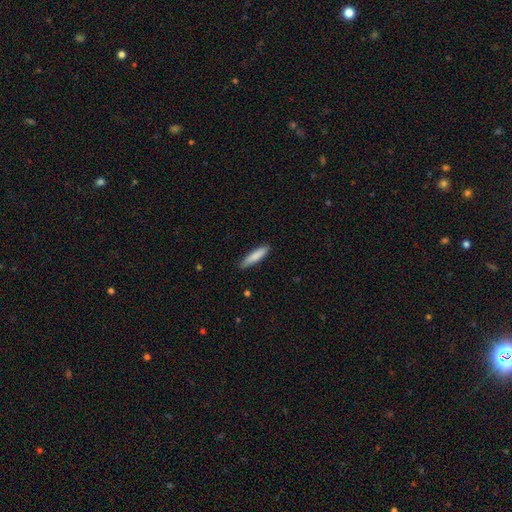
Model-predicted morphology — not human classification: Overall: smooth (84%). How rounded: cigar-shaped (81%). Merging: none (87%).